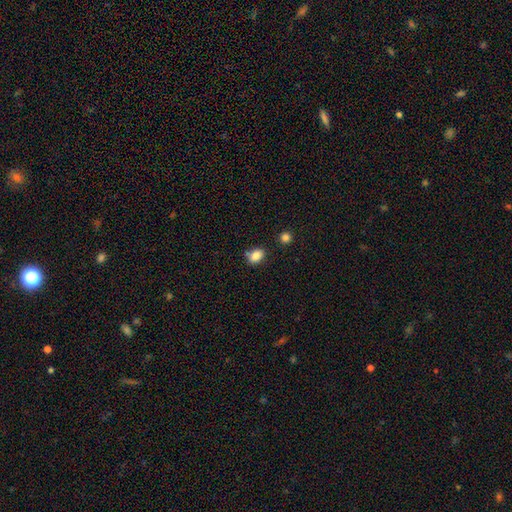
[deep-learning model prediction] A smooth galaxy with no disk features (85%) that is in between round and cigar-shaped (74%).

Vote fractions:
- Smooth or featured? smooth: 85% / star or artifact: 10% / featured or disk: 6%
- How rounded? in between: 74% / round: 24% / cigar-shaped: 1%
- Merging? none: 67% / minor disturbance: 17% / merger: 12% / major disturbance: 4%